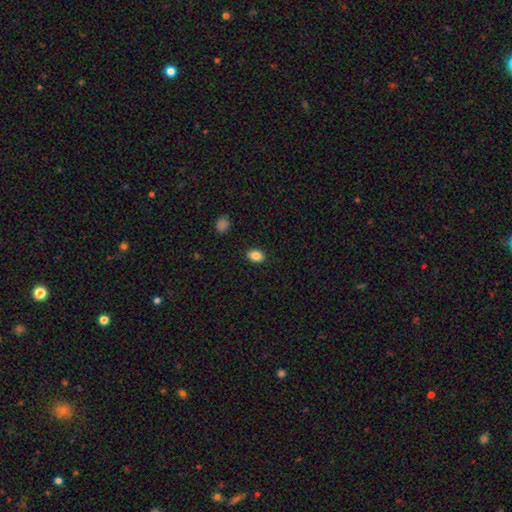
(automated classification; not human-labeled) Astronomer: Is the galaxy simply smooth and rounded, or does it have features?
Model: smooth — 86%.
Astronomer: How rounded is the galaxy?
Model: in between — 75%.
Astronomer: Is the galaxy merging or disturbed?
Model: none — 89%.